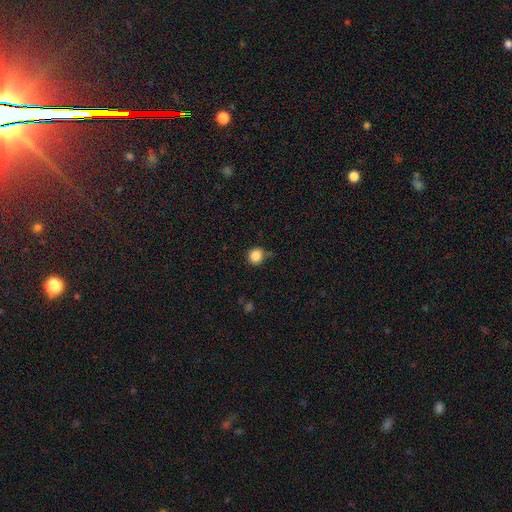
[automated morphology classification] Smooth or featured? Predicted: smooth (p=0.86). How rounded? Predicted: round (p=0.91). Merging? Predicted: none (p=0.73).